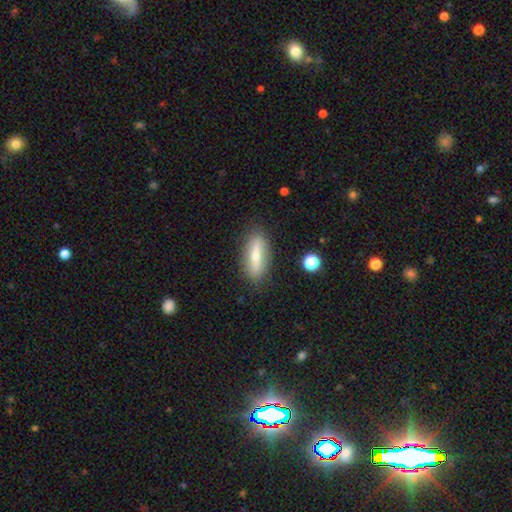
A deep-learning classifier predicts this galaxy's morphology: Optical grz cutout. It shows a smooth galaxy with no disk features (60%) that is in between round and cigar-shaped (53%). Merging: none (85%).